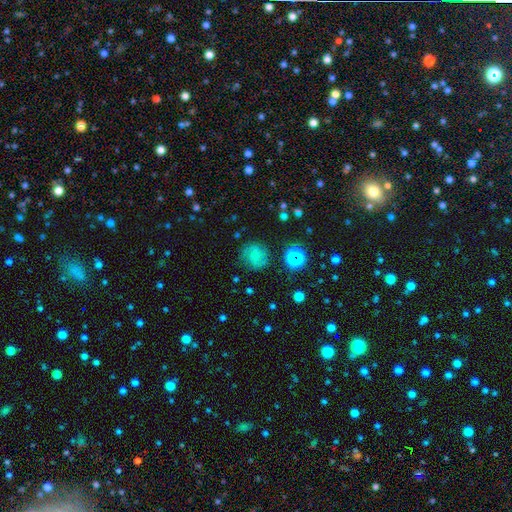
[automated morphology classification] Q: Smooth or featured?
A: smooth (49%); runner-up: featured or disk (35%)
Q: Merging?
A: none (72%); runner-up: minor disturbance (18%)